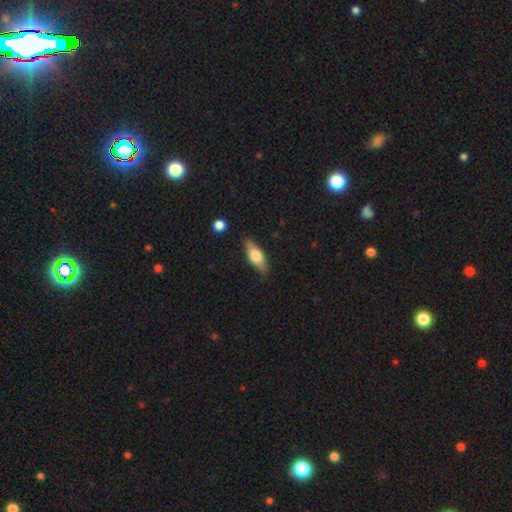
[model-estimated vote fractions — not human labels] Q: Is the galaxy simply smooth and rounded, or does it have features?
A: smooth — 60%.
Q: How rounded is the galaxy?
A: in between — 61%.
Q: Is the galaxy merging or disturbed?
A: none — 84%.